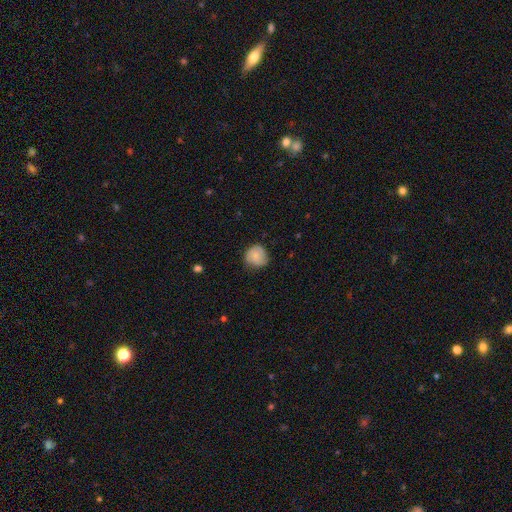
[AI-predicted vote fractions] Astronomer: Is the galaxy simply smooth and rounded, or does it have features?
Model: smooth — 75%.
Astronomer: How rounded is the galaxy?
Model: round — 85%.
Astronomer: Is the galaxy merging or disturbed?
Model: none — 67%.